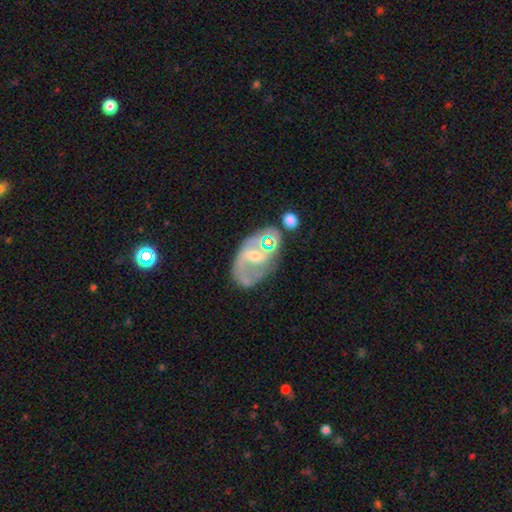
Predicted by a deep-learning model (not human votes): A featured or disk galaxy (70%) with a weak bar (45%), spiral arms (69%) and a small central bulge (49%). Merging: none (40%).